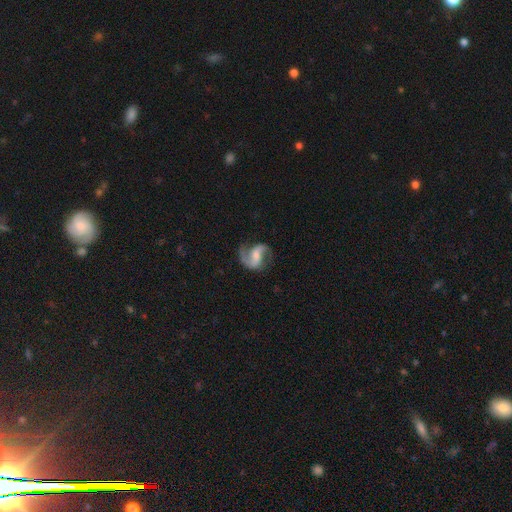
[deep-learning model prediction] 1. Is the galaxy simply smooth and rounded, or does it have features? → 89% featured or disk, 6% smooth, 4% star or artifact.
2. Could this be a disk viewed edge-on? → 98% no, 2% yes.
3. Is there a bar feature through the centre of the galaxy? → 46% weak, 28% no, 26% strong.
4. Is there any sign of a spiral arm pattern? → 97% yes, 3% no.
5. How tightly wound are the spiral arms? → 51% medium, 38% loose, 11% tight.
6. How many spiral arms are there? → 92% 2, 3% 1, 2% can't tell, 1% 3, 1% 4, 1% more than 4.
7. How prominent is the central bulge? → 43% small, 39% moderate, 12% none, 5% large, 1% dominant.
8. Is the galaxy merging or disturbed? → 77% none, 15% minor disturbance, 7% major disturbance, 1% merger.